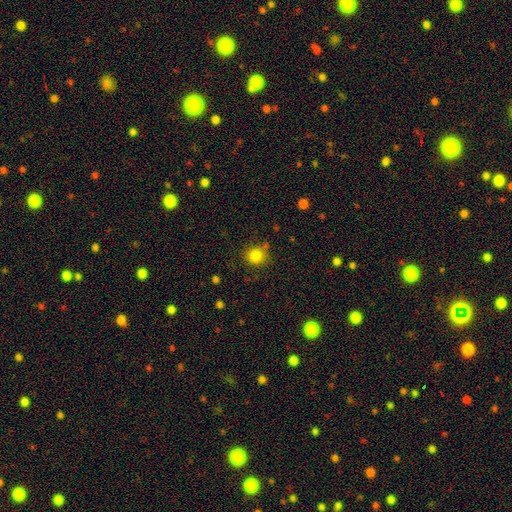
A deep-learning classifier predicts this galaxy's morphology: Q: Smooth or featured?
A: smooth (83%); runner-up: star or artifact (11%)
Q: How rounded?
A: round (89%); runner-up: in between (10%)
Q: Merging?
A: none (80%); runner-up: minor disturbance (12%)